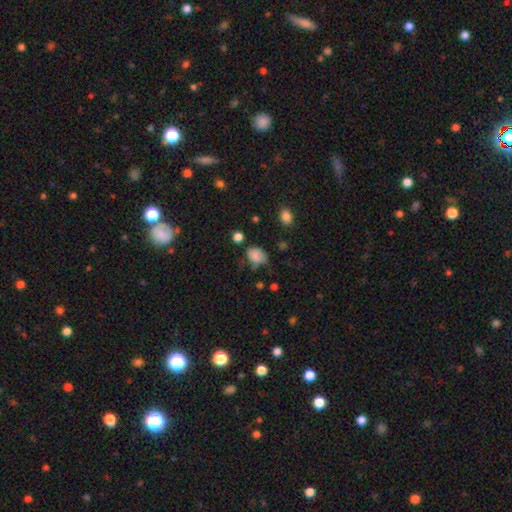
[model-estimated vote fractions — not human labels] Smooth or featured? smooth (81%)
How rounded? in between (69%)
Merging? none (46%)